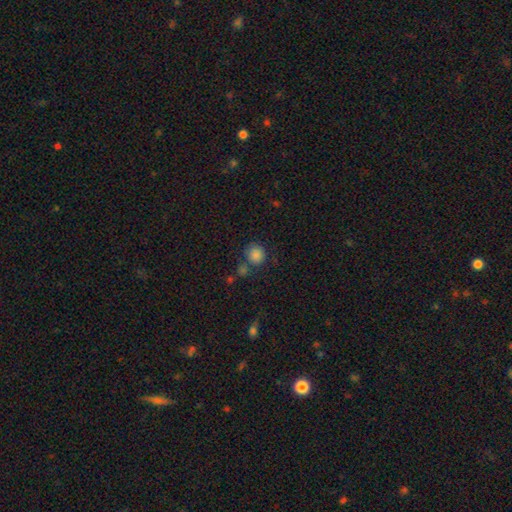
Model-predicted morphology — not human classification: Smooth or featured: smooth — 85% (star or artifact — 11%)
How rounded: round — 88% (in between — 11%)
Merging: none — 68% (merger — 16%)